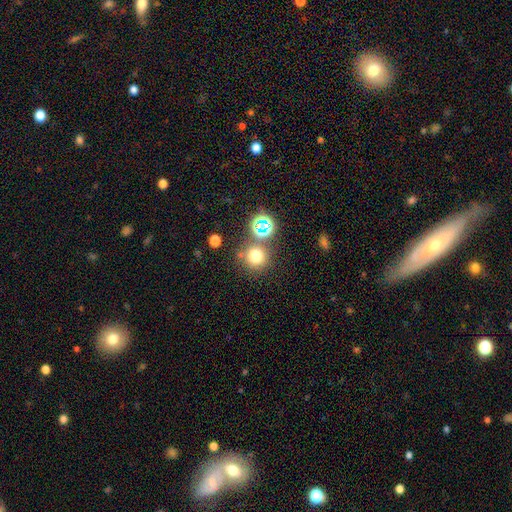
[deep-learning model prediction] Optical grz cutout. It shows a smooth galaxy with no disk features (70%) that is round (92%). Merging: none (73%).